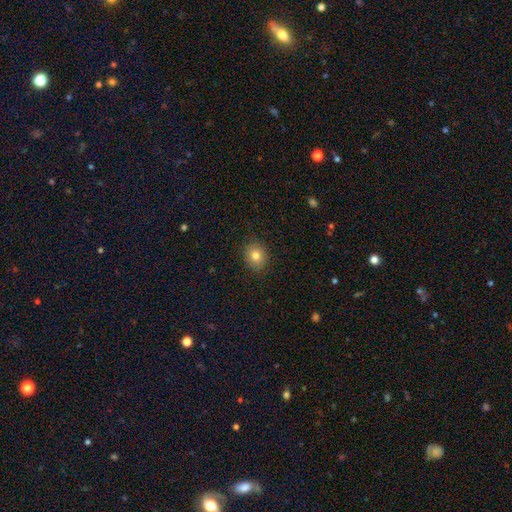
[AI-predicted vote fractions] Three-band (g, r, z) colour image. It shows a smooth galaxy with no disk features (80%) that is round (72%). Merging: none (88%).